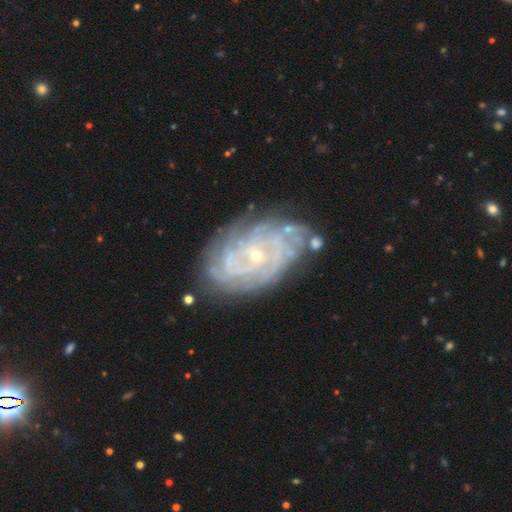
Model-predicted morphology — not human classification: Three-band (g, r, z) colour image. It shows a featured or disk galaxy (87%) with no bar (74%), tight (76%) spiral arms (96%) and a small central bulge (82%). Merging: none (71%).